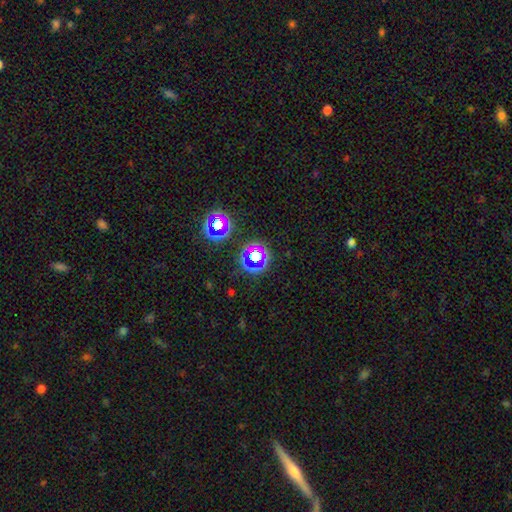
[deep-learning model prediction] Smooth or featured?
  - star or artifact: 62% *
  - smooth: 26%
  - featured or disk: 11%